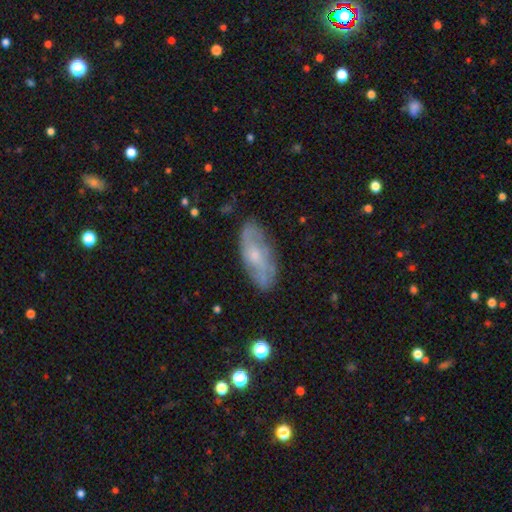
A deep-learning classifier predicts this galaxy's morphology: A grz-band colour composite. It shows a featured or disk galaxy (59%) with no bar (68%), spiral arms (73%) and a small central bulge (53%). Merging: none (76%).